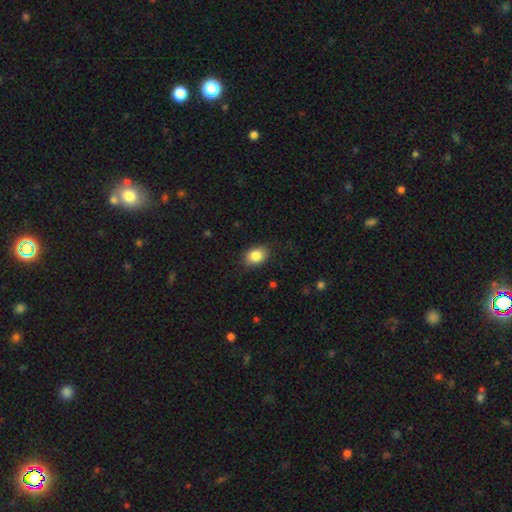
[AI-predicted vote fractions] This appears to be a smooth galaxy with no disk features (85%) that is in between round and cigar-shaped (69%). Merging: none (83%).